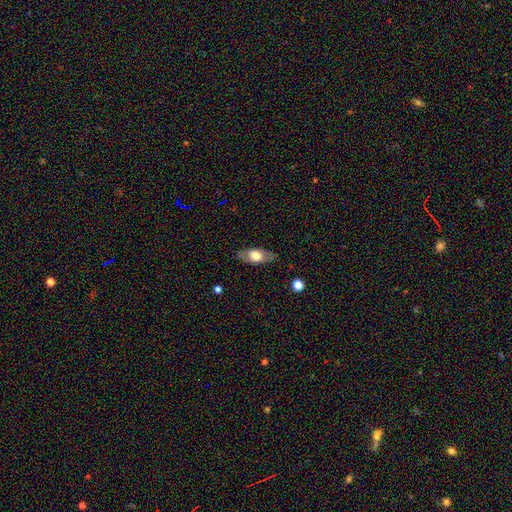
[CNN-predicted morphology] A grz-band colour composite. It shows a smooth galaxy with no disk features (59%) that is in between round and cigar-shaped (82%). Merging: none (82%).